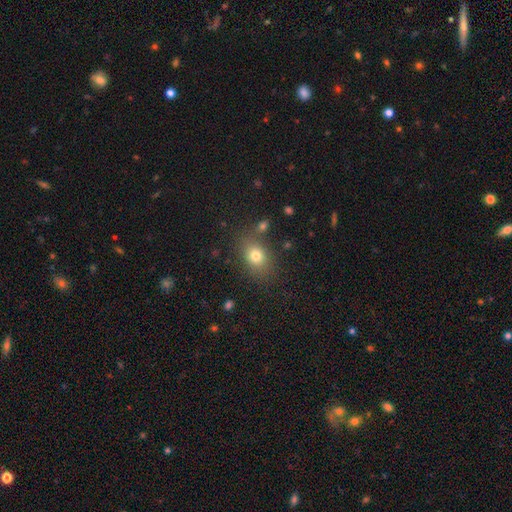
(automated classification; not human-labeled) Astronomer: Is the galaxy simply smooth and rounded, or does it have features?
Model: smooth — 77%.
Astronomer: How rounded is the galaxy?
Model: in between — 64%.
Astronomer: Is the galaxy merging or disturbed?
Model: none — 77%.